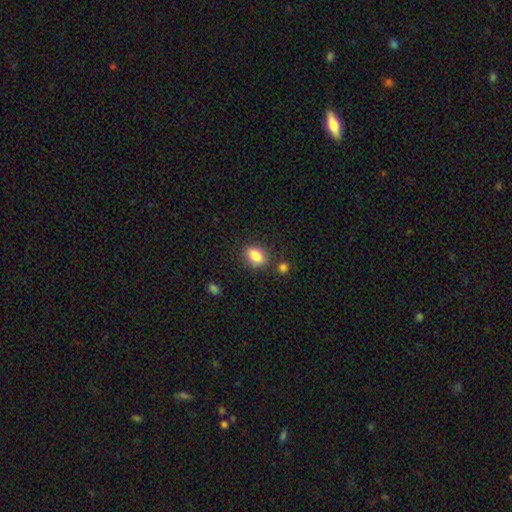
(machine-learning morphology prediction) Smooth or featured: smooth — 85% (star or artifact — 9%)
How rounded: in between — 75% (round — 23%)
Merging: none — 77% (minor disturbance — 12%)